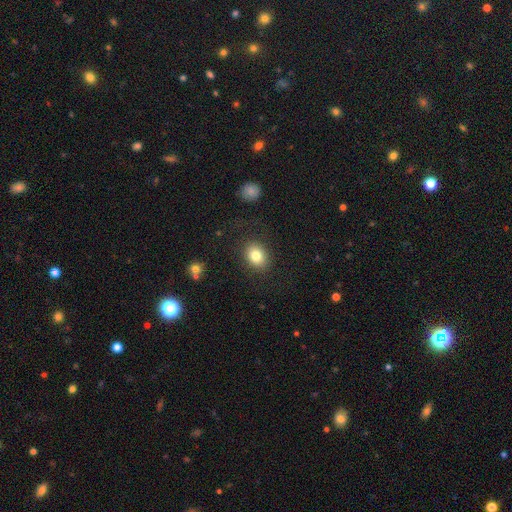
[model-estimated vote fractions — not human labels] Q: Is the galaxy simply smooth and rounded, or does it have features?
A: smooth — 81%.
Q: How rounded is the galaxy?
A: in between — 57%.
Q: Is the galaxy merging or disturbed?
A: none — 84%.